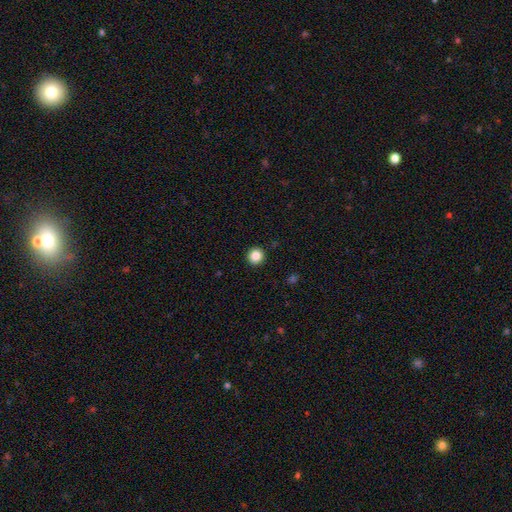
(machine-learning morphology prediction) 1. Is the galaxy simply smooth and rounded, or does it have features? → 86% smooth, 10% star or artifact, 4% featured or disk.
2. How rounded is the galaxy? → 95% round, 4% in between, 1% cigar-shaped.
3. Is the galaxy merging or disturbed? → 93% none, 4% minor disturbance, 2% major disturbance, 1% merger.